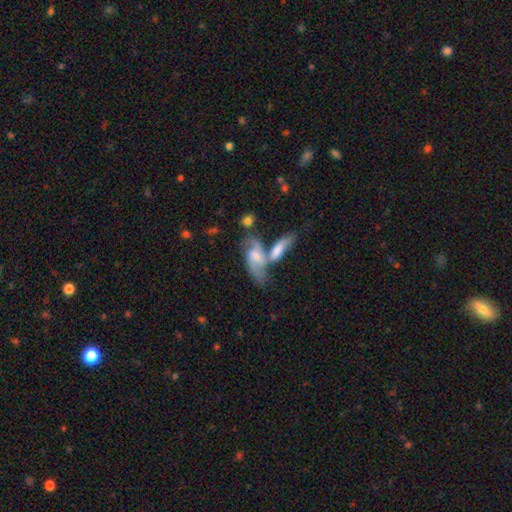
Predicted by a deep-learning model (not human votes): Smooth or featured? Predicted: featured or disk (p=0.66). Edge-on disk? Predicted: no (p=0.88). Bar? Predicted: weak (p=0.45). Spiral arms? Predicted: yes (p=0.90). Spiral winding? Predicted: medium (p=0.43). Spiral arm count? Predicted: 2 (p=0.82). Bulge size? Predicted: moderate (p=0.44). Merging? Predicted: merger (p=0.51).